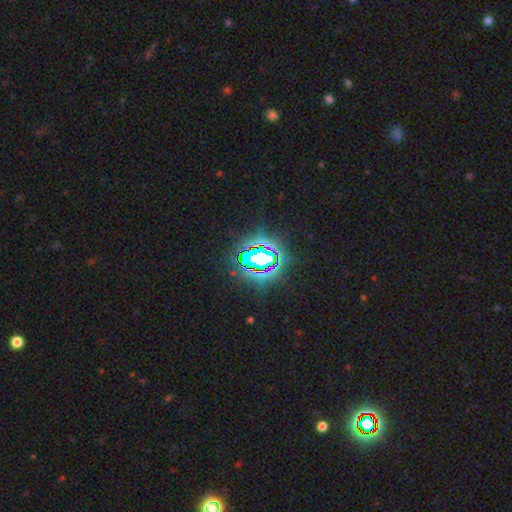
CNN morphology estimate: The model was most divided on "smooth or featured": star or artifact: 74%, smooth: 14%, featured or disk: 11%.